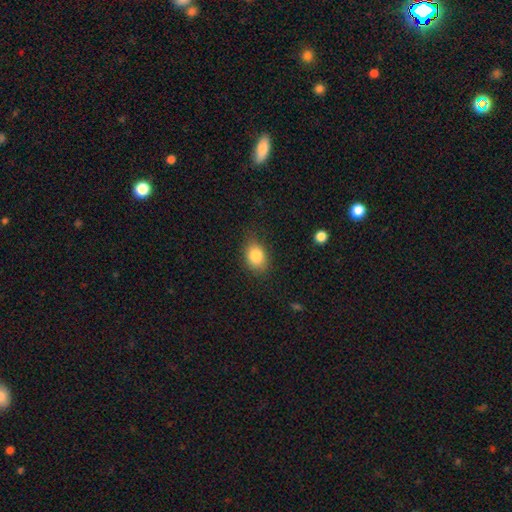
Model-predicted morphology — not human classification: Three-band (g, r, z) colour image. It shows a smooth galaxy with no disk features (84%) that is in between round and cigar-shaped (65%). Merging: none (78%).